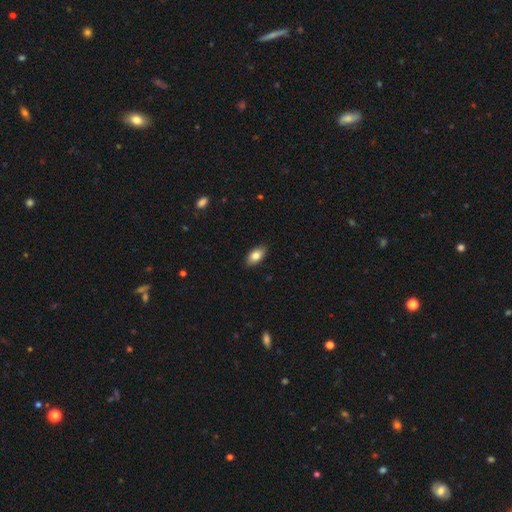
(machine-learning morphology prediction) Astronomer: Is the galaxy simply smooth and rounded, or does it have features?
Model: smooth — 82%.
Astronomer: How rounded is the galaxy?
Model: in between — 92%.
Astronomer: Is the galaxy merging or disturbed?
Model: none — 89%.